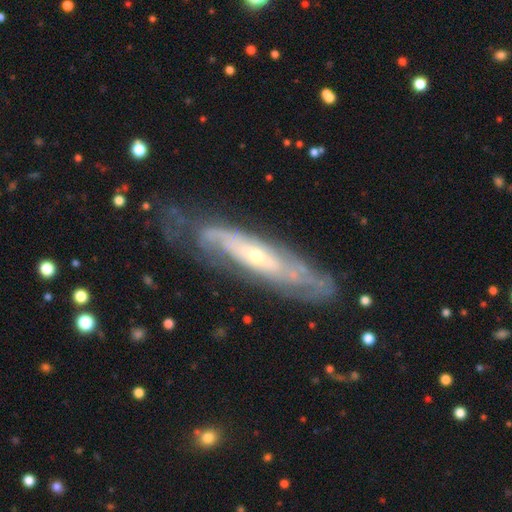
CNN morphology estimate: This appears to be a featured or disk galaxy (81%) with no bar (73%), spiral arms (85%) and a small central bulge (70%). Merging: none (68%).